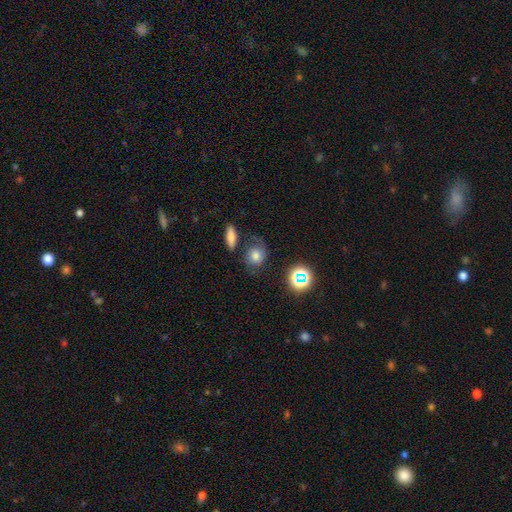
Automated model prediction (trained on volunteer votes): The model was most divided on "how rounded": round: 63%, in between: 35%, cigar-shaped: 2%. More confident: smooth or featured — smooth (66%); merging — none (57%).